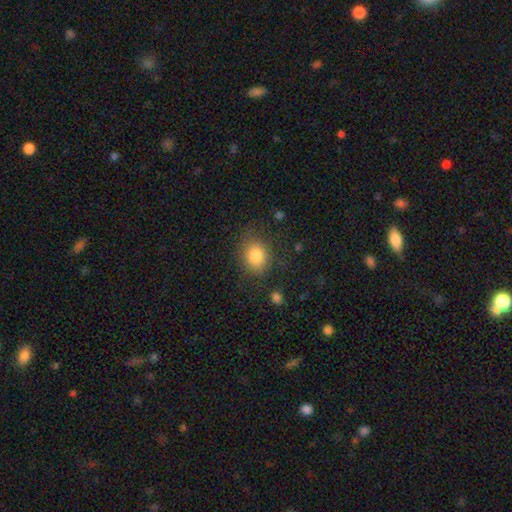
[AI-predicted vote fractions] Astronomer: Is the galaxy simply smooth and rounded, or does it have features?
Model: smooth — 82%.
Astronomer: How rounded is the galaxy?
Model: round — 60% (runner-up: in between, 39%).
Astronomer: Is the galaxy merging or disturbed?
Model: none — 77%.